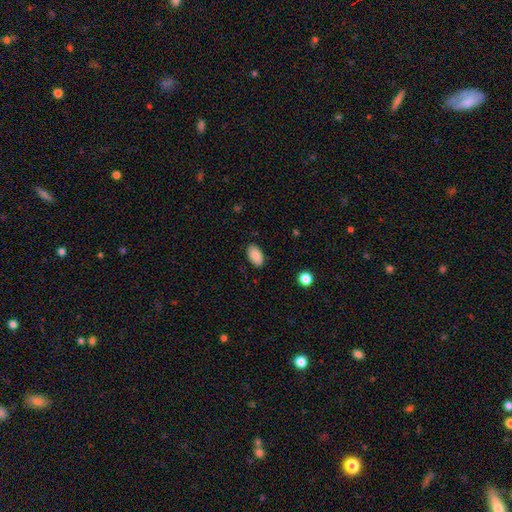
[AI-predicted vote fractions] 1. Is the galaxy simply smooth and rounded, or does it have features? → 87% smooth, 7% star or artifact, 6% featured or disk.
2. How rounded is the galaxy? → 94% in between, 4% round, 1% cigar-shaped.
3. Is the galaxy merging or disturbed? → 86% none, 10% minor disturbance, 2% major disturbance, 1% merger.